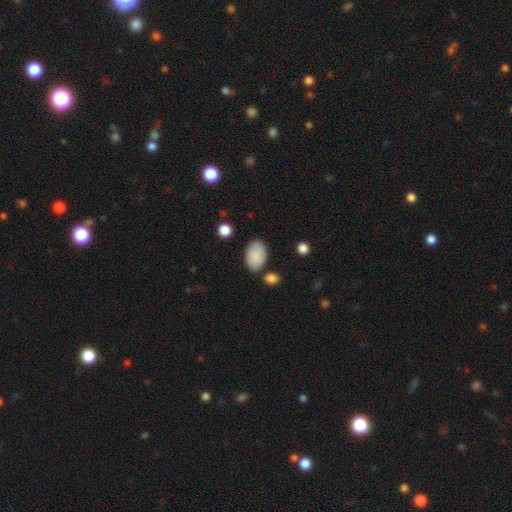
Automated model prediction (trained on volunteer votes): A smooth galaxy with no disk features (88%) that is in between round and cigar-shaped (92%).

Vote fractions:
- Smooth or featured? smooth: 88% / star or artifact: 6% / featured or disk: 5%
- How rounded? in between: 92% / round: 7% / cigar-shaped: 1%
- Merging? none: 76% / minor disturbance: 14% / merger: 6% / major disturbance: 4%